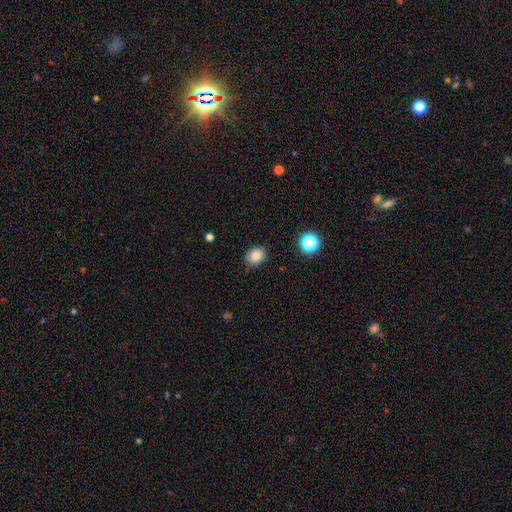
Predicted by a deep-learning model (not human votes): Q: Smooth or featured?
A: smooth (83%); runner-up: star or artifact (11%)
Q: How rounded?
A: in between (50%); runner-up: round (49%)
Q: Merging?
A: none (84%); runner-up: minor disturbance (12%)